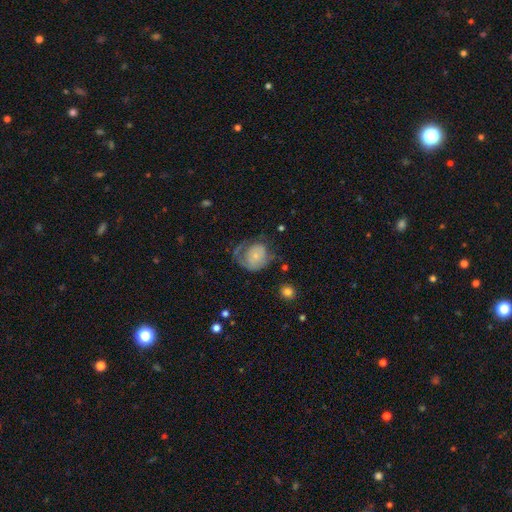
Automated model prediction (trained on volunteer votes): smooth-or-featured: smooth: 50% | featured or disk: 42% | star or artifact: 8%
  how-rounded: round: 64% | in between: 35% | cigar-shaped: 1%
  merging: major disturbance: 37% | none: 33% | minor disturbance: 27% | merger: 3%